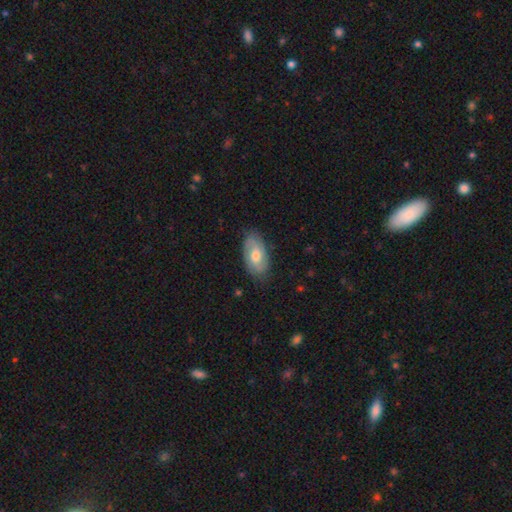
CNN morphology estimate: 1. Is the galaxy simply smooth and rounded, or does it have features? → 56% featured or disk, 38% smooth, 6% star or artifact.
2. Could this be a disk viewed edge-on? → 93% no, 7% yes.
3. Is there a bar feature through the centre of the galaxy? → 56% no, 37% weak, 7% strong.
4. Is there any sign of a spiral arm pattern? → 82% yes, 18% no.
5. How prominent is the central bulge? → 70% moderate, 19% small, 8% large, 2% none, 1% dominant.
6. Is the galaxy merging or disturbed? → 79% none, 16% minor disturbance, 4% major disturbance, 1% merger.